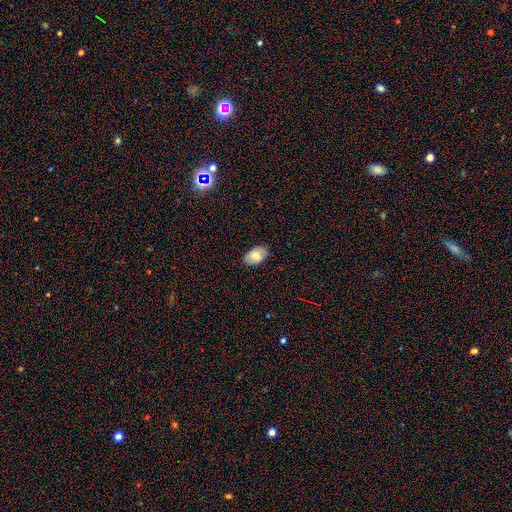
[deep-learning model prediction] Smooth or featured? smooth (73%)
How rounded? in between (92%)
Merging? none (85%)